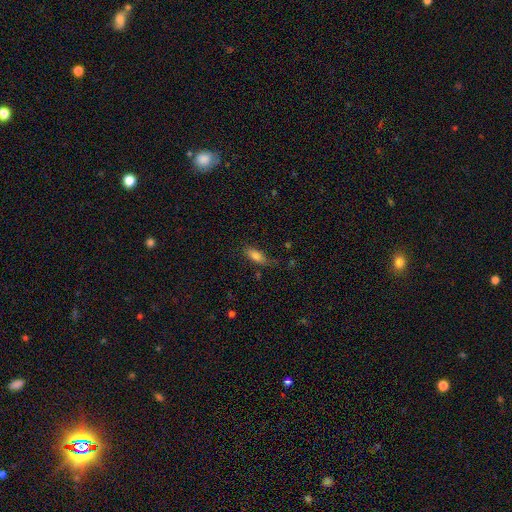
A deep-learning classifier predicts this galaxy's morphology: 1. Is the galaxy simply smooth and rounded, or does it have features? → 80% smooth, 12% featured or disk, 8% star or artifact.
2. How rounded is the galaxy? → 72% in between, 25% cigar-shaped, 3% round.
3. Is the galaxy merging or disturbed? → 67% none, 23% minor disturbance, 7% major disturbance, 3% merger.